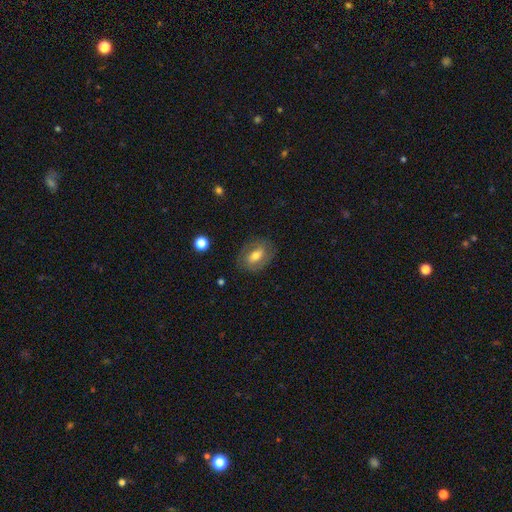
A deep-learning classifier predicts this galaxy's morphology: Smooth or featured? Predicted: smooth (p=0.46, tied with featured or disk). Merging? Predicted: none (p=0.78).